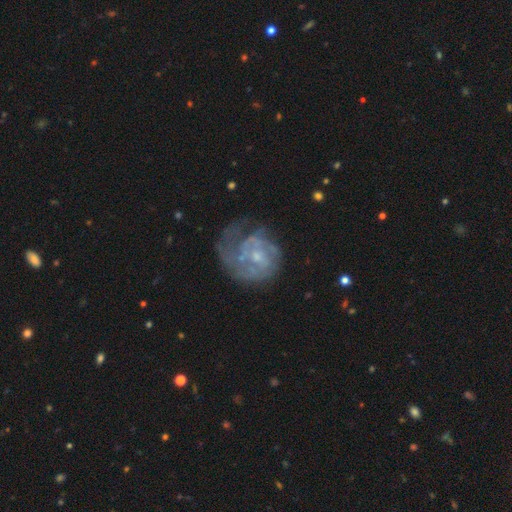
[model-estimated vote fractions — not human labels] A featured or disk galaxy (76%) with no bar (69%), tight (52%) spiral arms (79%) and a small central bulge (55%).

Vote fractions:
- Smooth or featured? featured or disk: 76% / smooth: 17% / star or artifact: 8%
- Edge-on disk? no: 98% / yes: 2%
- Bar? no: 69% / weak: 27% / strong: 4%
- Spiral arms? yes: 79% / no: 21%
- Spiral winding? tight: 52% / medium: 32% / loose: 16%
- Spiral arm count? can't tell: 40% / 2: 23% / 1: 18% / 3: 12% / 4: 4% / more than 4: 4%
- Bulge size? small: 55% / moderate: 30% / none: 12% / large: 2% / dominant: 1%
- Merging? none: 44% / major disturbance: 31% / minor disturbance: 22% / merger: 3%